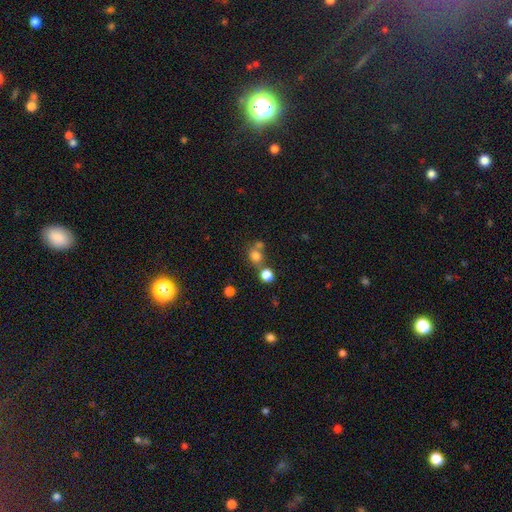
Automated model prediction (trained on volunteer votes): Overall: smooth (73%). How rounded: round (80%). Merging: none (55%; merger 30%).